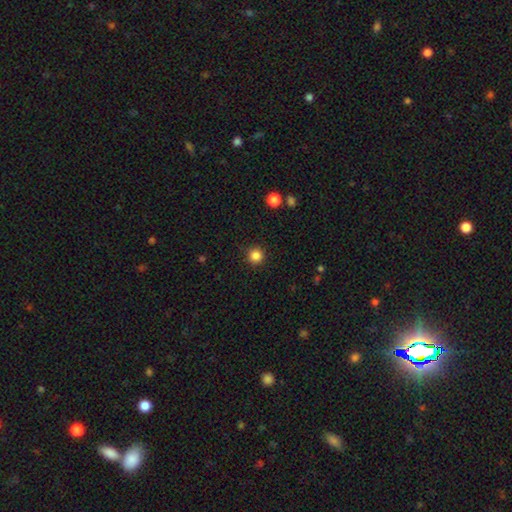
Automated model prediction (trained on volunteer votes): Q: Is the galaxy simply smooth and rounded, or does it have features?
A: smooth — 85%.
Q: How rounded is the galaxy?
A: round — 95%.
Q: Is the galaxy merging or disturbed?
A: none — 91%.